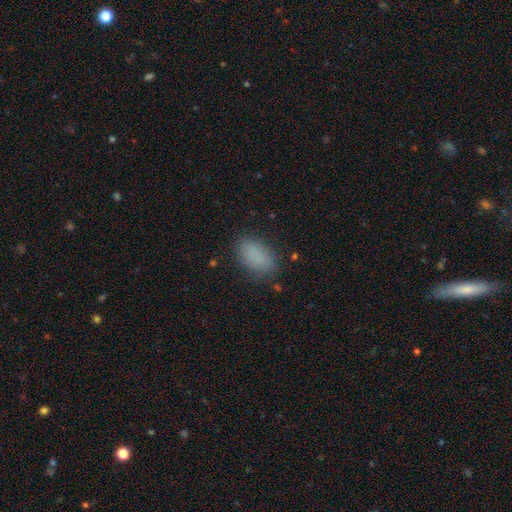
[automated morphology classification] A smooth galaxy with no disk features (86%) that is in between round and cigar-shaped (91%).

Vote fractions:
- Smooth or featured? smooth: 86% / star or artifact: 9% / featured or disk: 5%
- How rounded? in between: 91% / round: 6% / cigar-shaped: 3%
- Merging? none: 80% / minor disturbance: 14% / major disturbance: 4% / merger: 1%